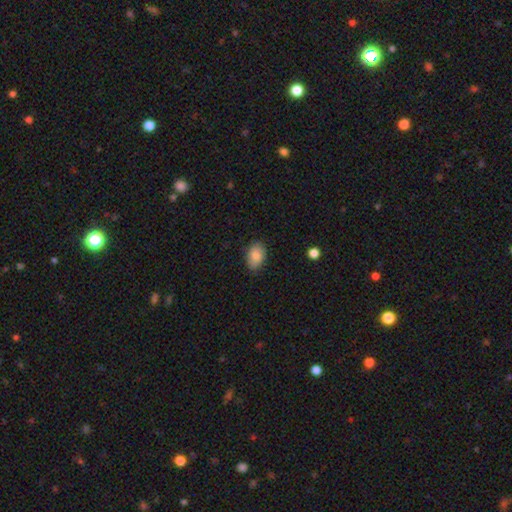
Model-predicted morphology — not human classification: Overall: smooth (85%). How rounded: in between (87%). Merging: none (81%).